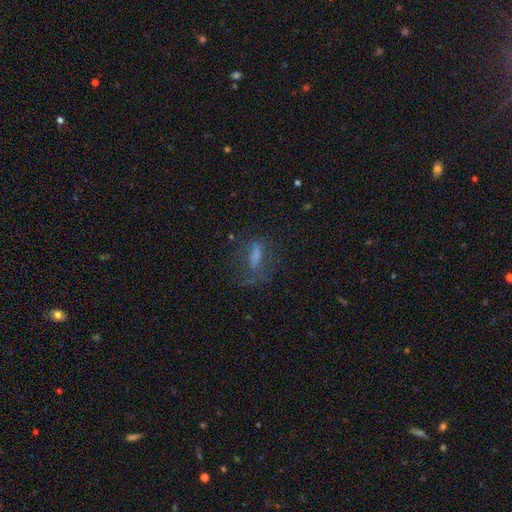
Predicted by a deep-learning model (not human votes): Smooth or featured?
  - smooth: 49% *
  - featured or disk: 34%
  - star or artifact: 18%
Merging?
  - none: 51% *
  - major disturbance: 26%
  - minor disturbance: 20%
  - merger: 2%